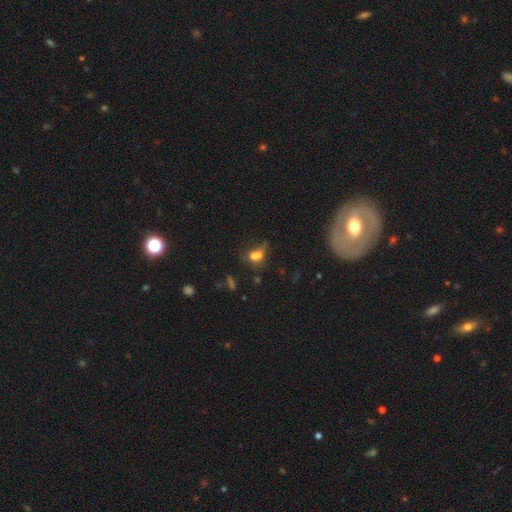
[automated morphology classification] Smooth or featured? smooth (62%)
How rounded? in between (56%)
Merging? merger (31%, tied with none)